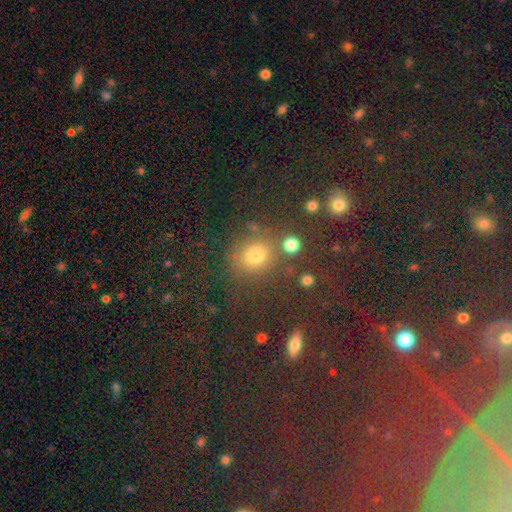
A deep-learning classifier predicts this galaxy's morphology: Smooth or featured? smooth (70%)
How rounded? round (76%)
Merging? none (73%)